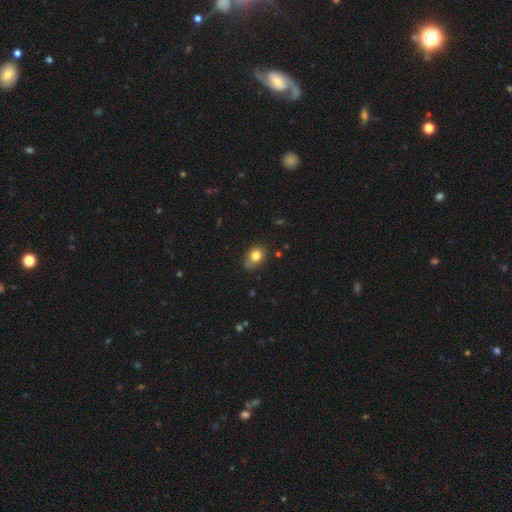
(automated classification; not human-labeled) Smooth or featured? smooth (80%)
How rounded? in between (62%)
Merging? none (65%)